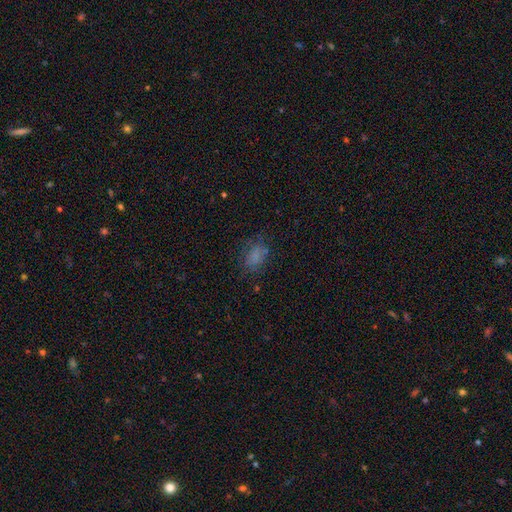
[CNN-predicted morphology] Smooth or featured?
  - smooth: 73% *
  - star or artifact: 16%
  - featured or disk: 11%
How rounded?
  - in between: 78% *
  - round: 20%
  - cigar-shaped: 2%
Merging?
  - none: 66% *
  - minor disturbance: 20%
  - major disturbance: 12%
  - merger: 2%